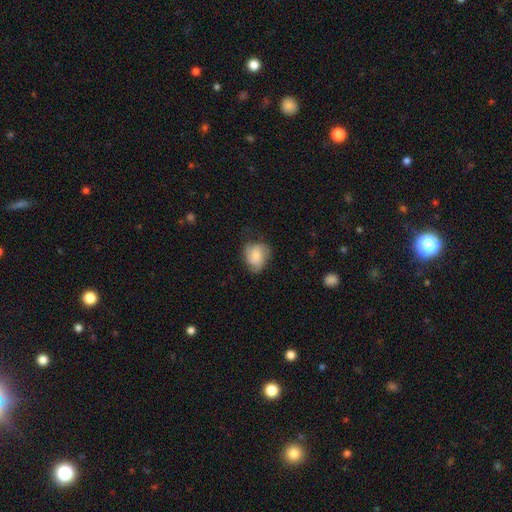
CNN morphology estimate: smooth_or_featured: smooth (p=0.58) [alt: featured or disk p=0.34]
how_rounded: round (p=0.60) [alt: in between p=0.39]
merging: none (p=0.57) [alt: minor disturbance p=0.31]